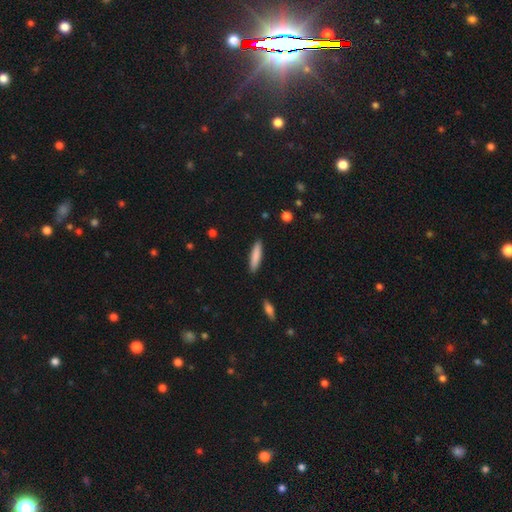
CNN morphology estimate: A smooth galaxy with no disk features (84%) that is cigar-shaped (81%).

Vote fractions:
- Smooth or featured? smooth: 84% / featured or disk: 11% / star or artifact: 6%
- How rounded? cigar-shaped: 81% / in between: 18% / round: 1%
- Merging? none: 90% / minor disturbance: 7% / major disturbance: 2% / merger: 1%